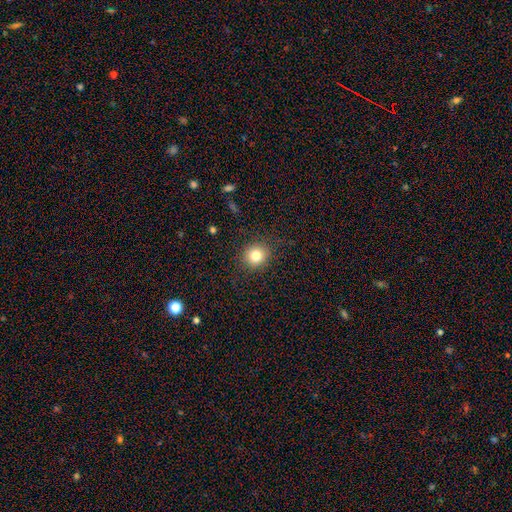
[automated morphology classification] smooth_or_featured: smooth (p=0.81) [alt: star or artifact p=0.12]
how_rounded: round (p=0.83) [alt: in between p=0.16]
merging: none (p=0.88) [alt: minor disturbance p=0.08]